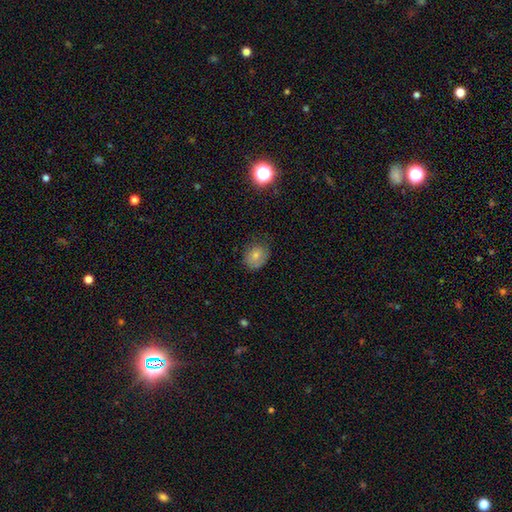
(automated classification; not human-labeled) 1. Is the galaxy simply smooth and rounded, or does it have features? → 74% smooth, 15% featured or disk, 10% star or artifact.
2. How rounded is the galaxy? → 55% round, 44% in between, 1% cigar-shaped.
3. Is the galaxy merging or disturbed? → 68% none, 24% minor disturbance, 6% major disturbance, 1% merger.